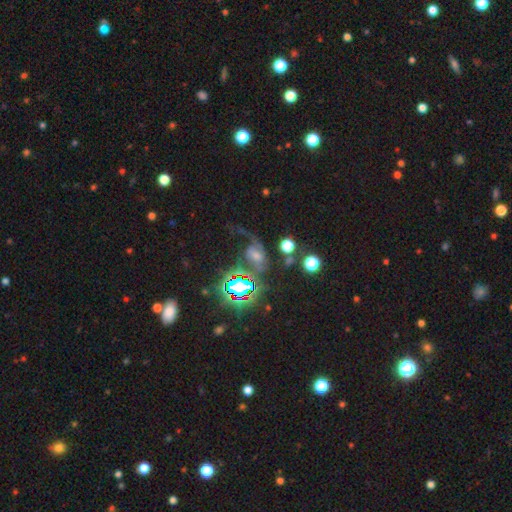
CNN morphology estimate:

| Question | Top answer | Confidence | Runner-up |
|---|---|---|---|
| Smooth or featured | featured or disk | 53% | star or artifact (25%) |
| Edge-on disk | no | 94% | yes (6%) |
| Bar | no | 54% | weak (32%) |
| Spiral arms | yes | 81% | no (19%) |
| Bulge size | moderate | 37% | small (32%) |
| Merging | major disturbance | 41% | none (31%) |